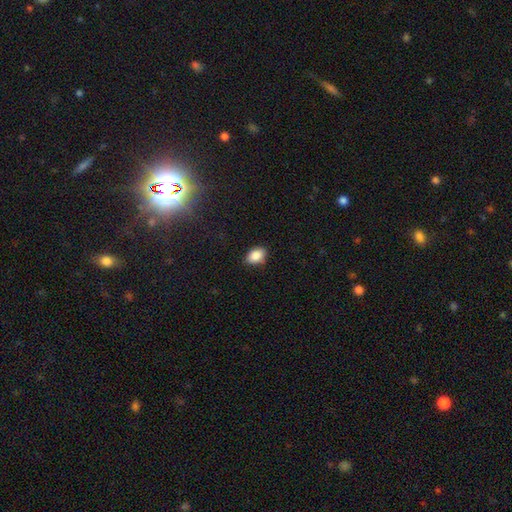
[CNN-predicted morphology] smooth 87%, star or artifact 8%, featured or disk 5%. Down the decision tree: how rounded — in between (84%); merging — none (81%).